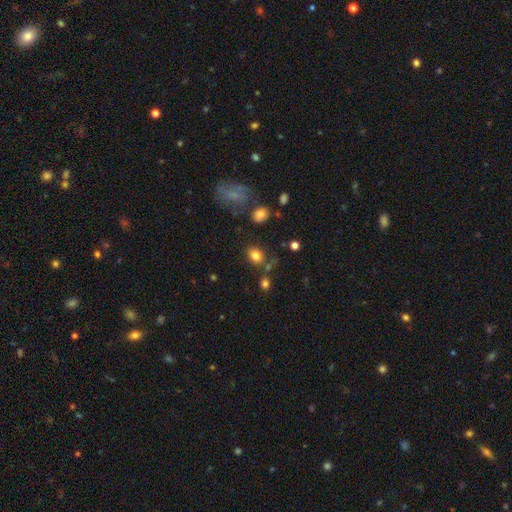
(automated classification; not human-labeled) A smooth galaxy with no disk features (80%) that is round (53%). Merging: none (74%).